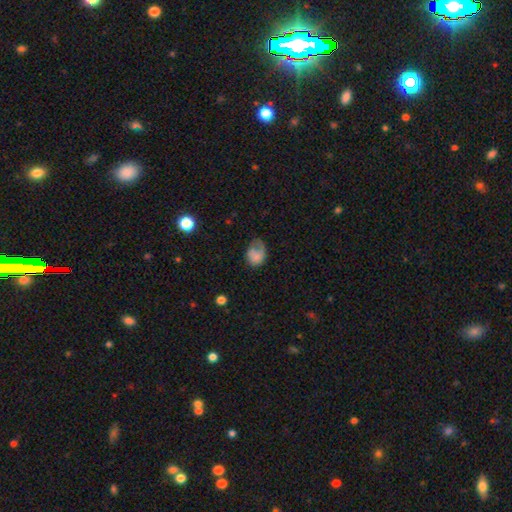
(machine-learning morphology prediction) smooth 66%, featured or disk 25%, star or artifact 9%. Down the decision tree: how rounded — in between (65%); merging — major disturbance (38%).